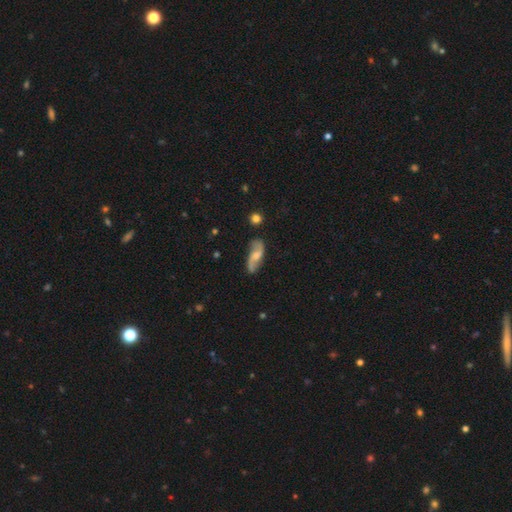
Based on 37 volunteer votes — Overall: featured or disk (73%). Edge-on disk: no (93%). Bar: no (64%; weak 28%). Spiral arms: yes (100%). Spiral arm count: 2 (100%). Spiral winding: loose (92%). Bulge size: moderate (52%; small 36%). Merging: none (60%; minor disturbance 26%).